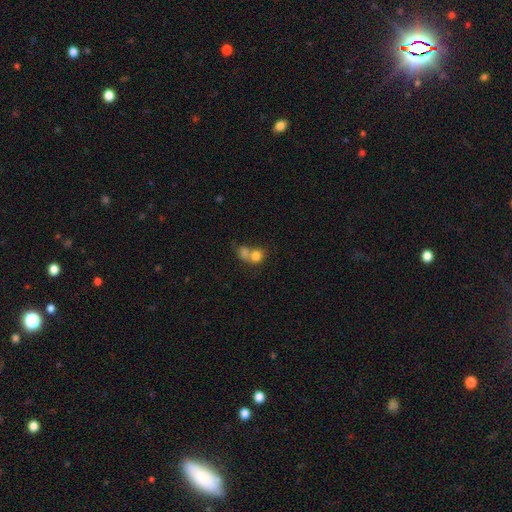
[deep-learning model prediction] The model was most divided on "how rounded": round: 60%, in between: 38%, cigar-shaped: 1%. More confident: smooth or featured — smooth (76%); merging — merger (63%).